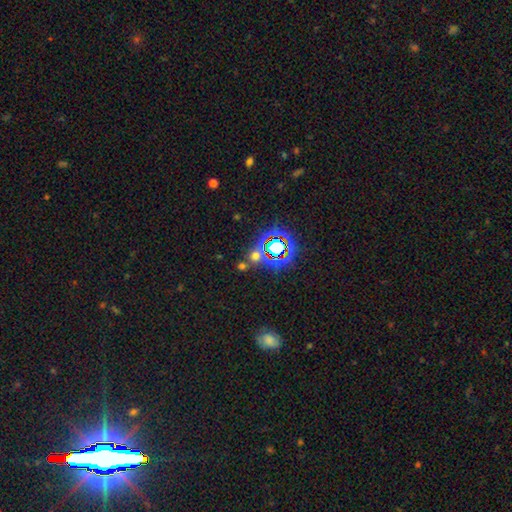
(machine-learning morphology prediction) The model was most divided on "smooth or featured": star or artifact: 49%, smooth: 42%, featured or disk: 9%.